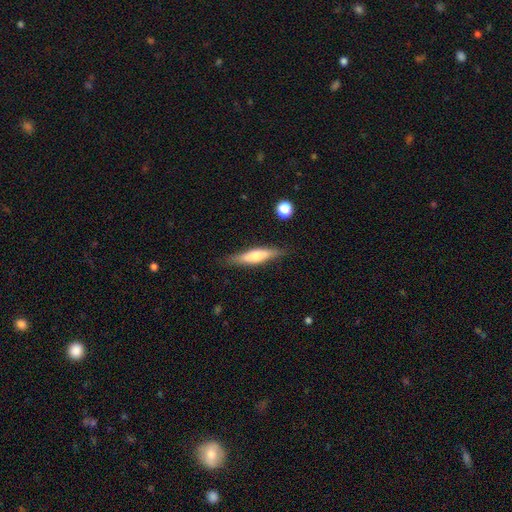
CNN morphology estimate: type=smooth (48%); merging=none (84%).